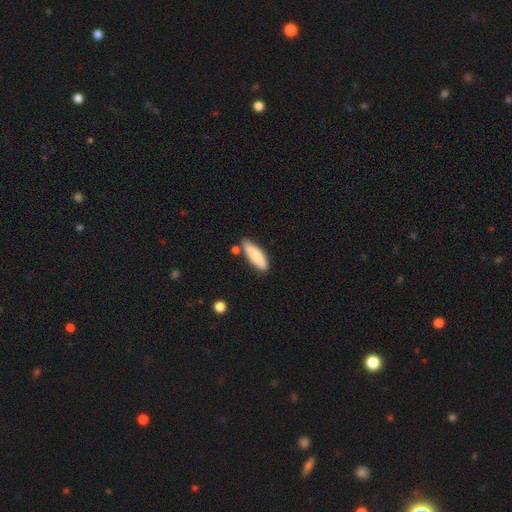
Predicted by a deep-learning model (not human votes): Smooth or featured? Predicted: smooth (p=0.80). How rounded? Predicted: in between (p=0.52). Merging? Predicted: none (p=0.75).